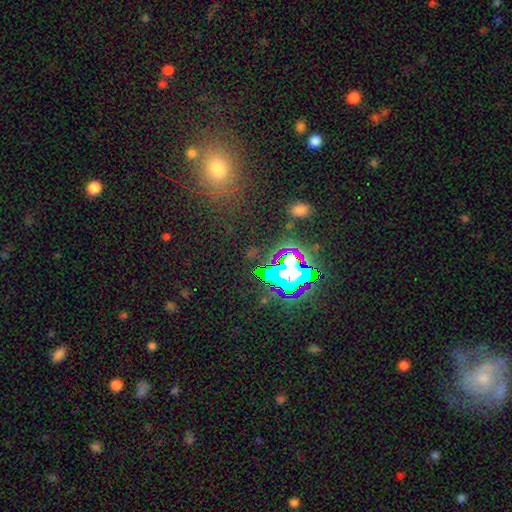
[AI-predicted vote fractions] This appears to be a star or artifact, not a galaxy (73%).